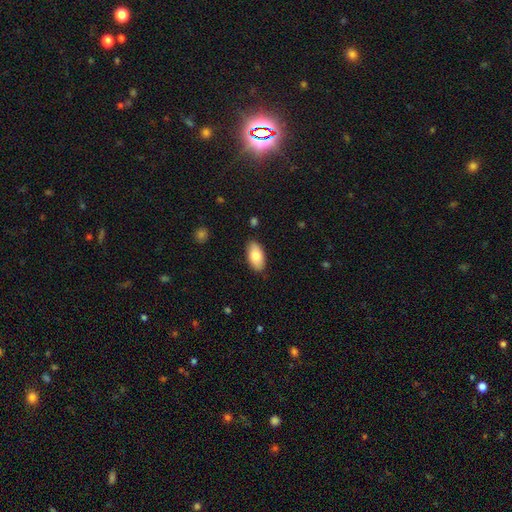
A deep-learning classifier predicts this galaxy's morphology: The model was most divided on "smooth or featured": smooth: 84%, featured or disk: 10%, star or artifact: 6%. More confident: how rounded — in between (94%); merging — none (85%).